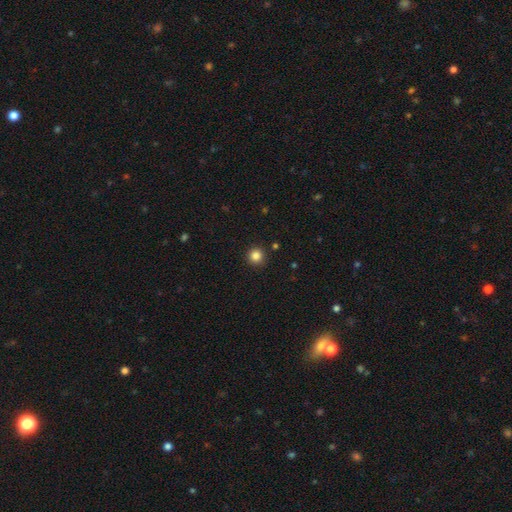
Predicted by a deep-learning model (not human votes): Smooth or featured?
  - smooth: 84% *
  - star or artifact: 12%
  - featured or disk: 4%
How rounded?
  - round: 95% *
  - in between: 4%
  - cigar-shaped: 1%
Merging?
  - none: 92% *
  - minor disturbance: 5%
  - major disturbance: 2%
  - merger: 1%